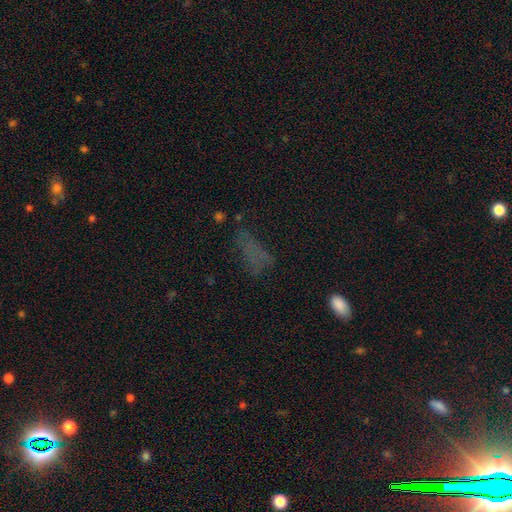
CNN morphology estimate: Smooth or featured?
  - smooth: 52% *
  - star or artifact: 27%
  - featured or disk: 21%
How rounded?
  - in between: 71% *
  - cigar-shaped: 23%
  - round: 7%
Merging?
  - none: 50% *
  - major disturbance: 23%
  - minor disturbance: 21%
  - merger: 5%